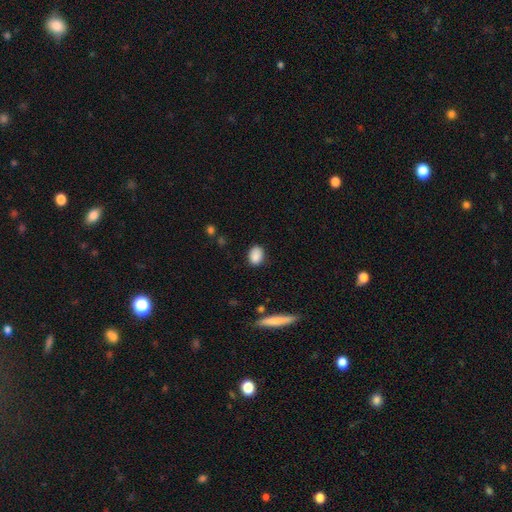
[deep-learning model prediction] smooth_or_featured: smooth (p=0.87) [alt: star or artifact p=0.08]
how_rounded: in between (p=0.69) [alt: round p=0.29]
merging: none (p=0.83) [alt: minor disturbance p=0.13]